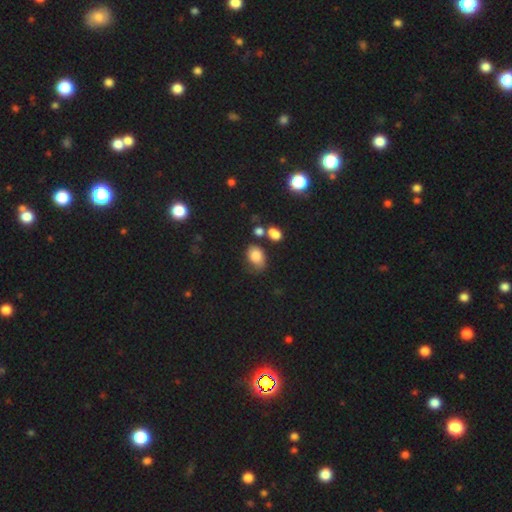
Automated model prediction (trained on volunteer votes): This is clearly a smooth galaxy (80%). How rounded: likely in between (74%). Merging: marginally none (44%).